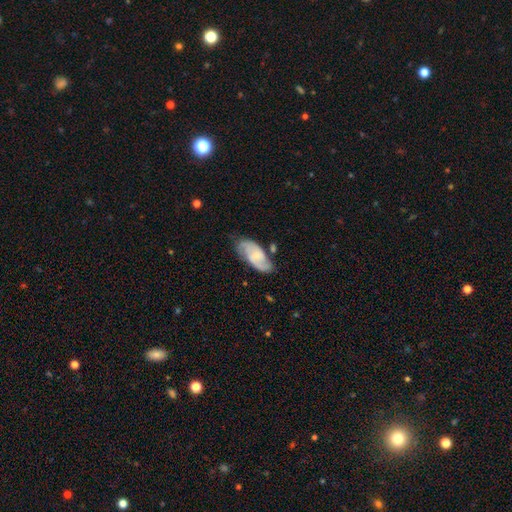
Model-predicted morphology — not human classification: The model was most divided on "bar": no: 50%, weak: 41%, strong: 9%. Remaining: edge-on disk — no (95%); spiral arms — yes (93%); spiral arm count — 2 (83%); smooth or featured — featured or disk (68%); merging — none (66%); bulge size — small (57%); spiral winding — medium (48%).